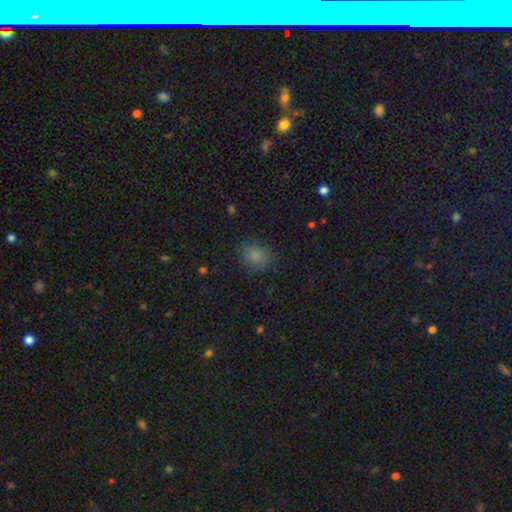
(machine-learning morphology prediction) Smooth or featured? smooth (82%)
How rounded? round (59%)
Merging? none (82%)